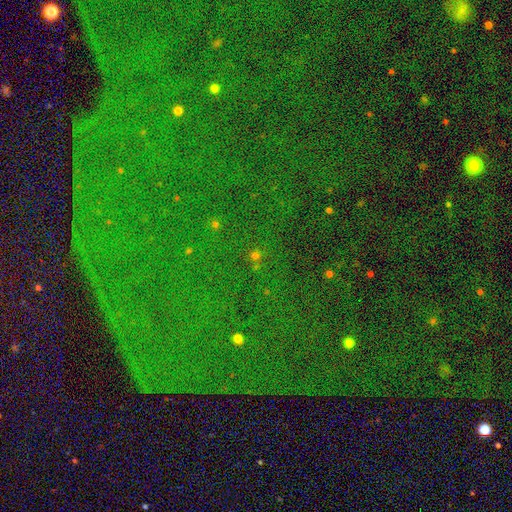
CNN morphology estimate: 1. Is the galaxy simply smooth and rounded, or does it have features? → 70% star or artifact, 22% smooth, 8% featured or disk.